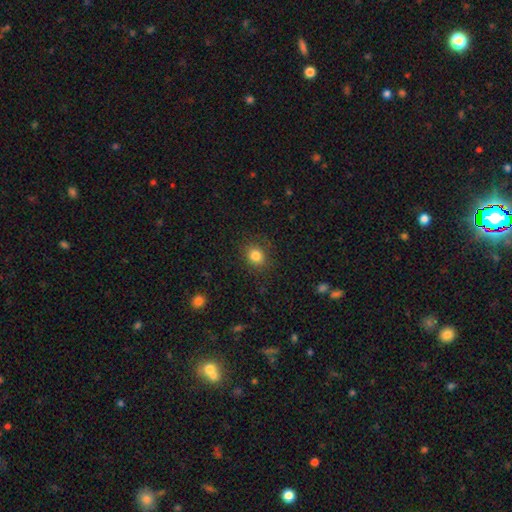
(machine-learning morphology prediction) smooth-or-featured: smooth: 83% | star or artifact: 11% | featured or disk: 6%
  how-rounded: round: 66% | in between: 33% | cigar-shaped: 1%
  merging: none: 84% | minor disturbance: 11% | major disturbance: 4% | merger: 1%